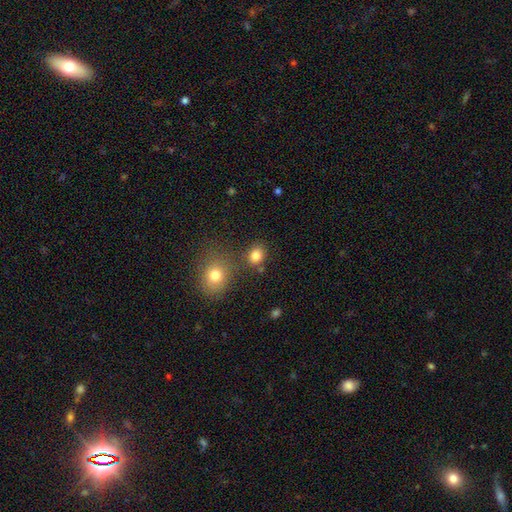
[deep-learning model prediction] Smooth or featured?
  - smooth: 83% *
  - star or artifact: 12%
  - featured or disk: 5%
How rounded?
  - round: 61% *
  - in between: 38%
  - cigar-shaped: 1%
Merging?
  - none: 74% *
  - merger: 12%
  - minor disturbance: 10%
  - major disturbance: 4%